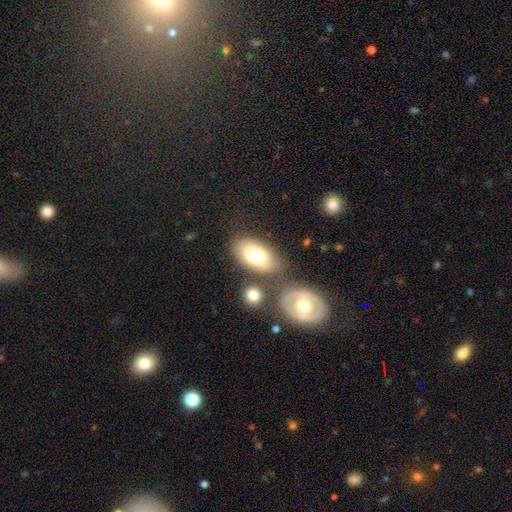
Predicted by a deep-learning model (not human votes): Smooth or featured? smooth (75%)
How rounded? in between (89%)
Merging? none (67%)